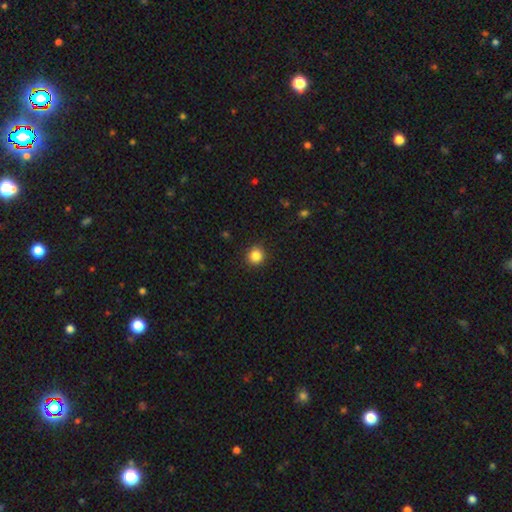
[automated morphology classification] A smooth galaxy with no disk features (85%) that is round (91%).

Vote fractions:
- Smooth or featured? smooth: 85% / star or artifact: 11% / featured or disk: 4%
- How rounded? round: 91% / in between: 8% / cigar-shaped: 1%
- Merging? none: 90% / minor disturbance: 7% / major disturbance: 2% / merger: 1%